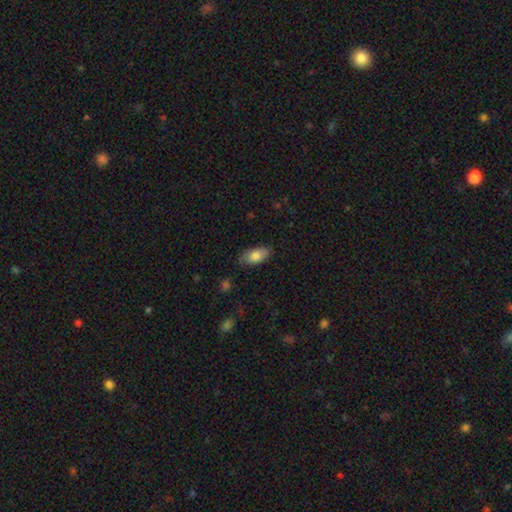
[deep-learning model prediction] smooth_or_featured: smooth (p=0.81) [alt: featured or disk p=0.12]
how_rounded: in between (p=0.91) [alt: cigar-shaped p=0.05]
merging: none (p=0.80) [alt: minor disturbance p=0.16]